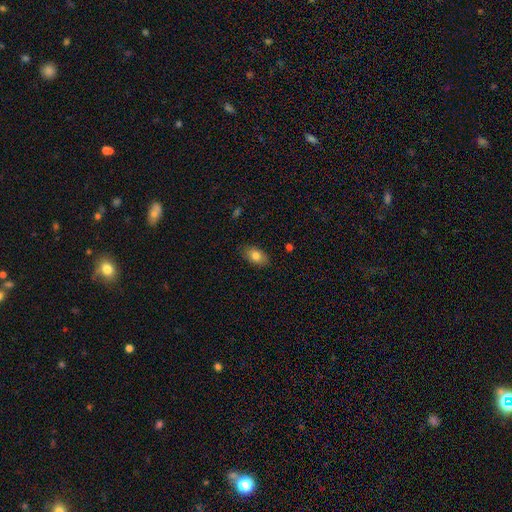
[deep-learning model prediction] This appears to be a smooth galaxy with no disk features (80%) that is in between round and cigar-shaped (89%). Merging: none (86%).